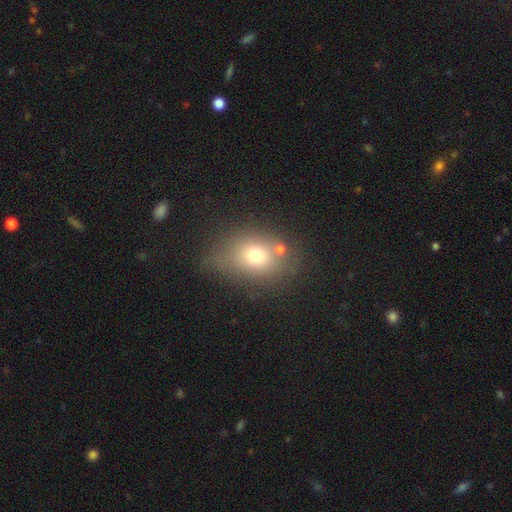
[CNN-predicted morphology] Smooth or featured: smooth — 71% (featured or disk — 15%)
How rounded: in between — 60% (round — 38%)
Merging: none — 66% (minor disturbance — 16%)